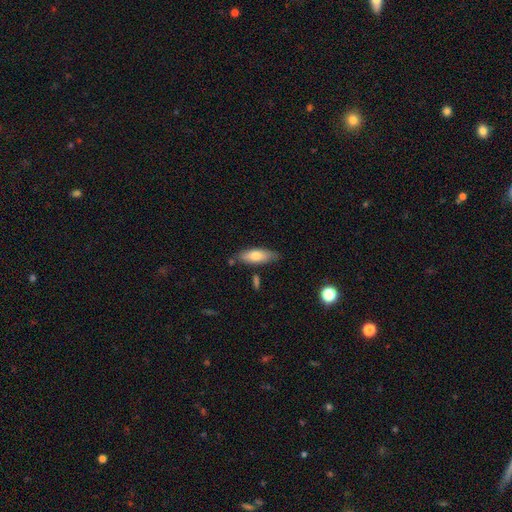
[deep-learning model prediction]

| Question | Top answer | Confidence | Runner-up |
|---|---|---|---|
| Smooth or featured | smooth | 72% | featured or disk (22%) |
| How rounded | in between | 67% | cigar-shaped (31%) |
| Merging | none | 76% | minor disturbance (16%) |